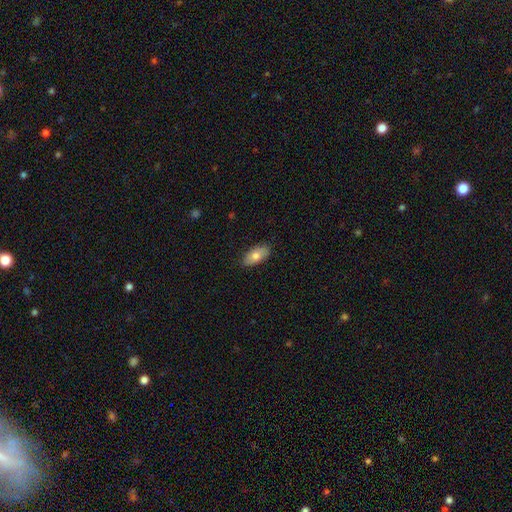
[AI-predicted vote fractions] Overall: smooth (76%). How rounded: in between (91%). Merging: none (86%).